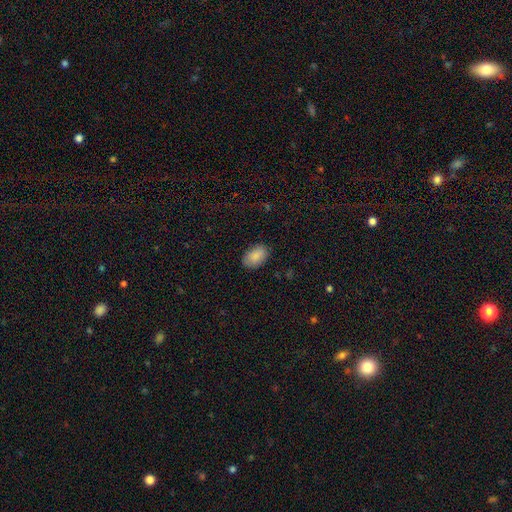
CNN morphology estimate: This appears to be a smooth galaxy with no disk features (88%) that is in between round and cigar-shaped (92%). Merging: none (86%).